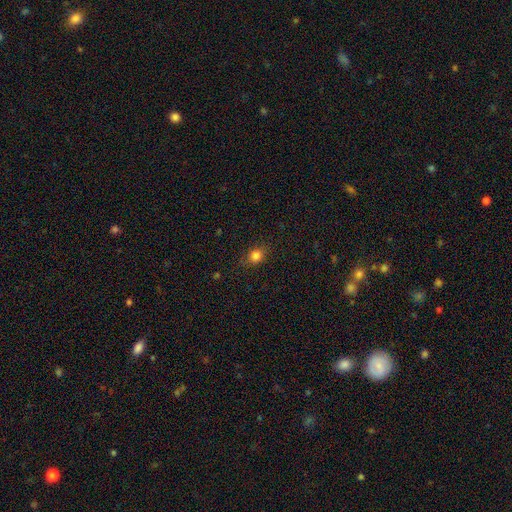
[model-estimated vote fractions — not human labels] Overall: smooth (81%). How rounded: round (56%; in between 42%). Merging: none (83%).